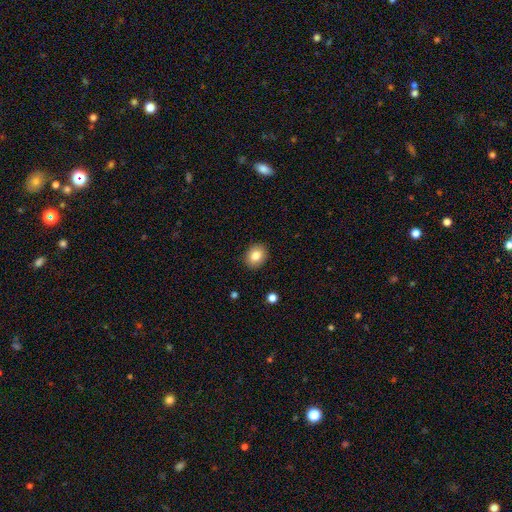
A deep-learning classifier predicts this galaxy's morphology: A smooth galaxy with no disk features (83%) that is round (55%). Merging: none (90%).